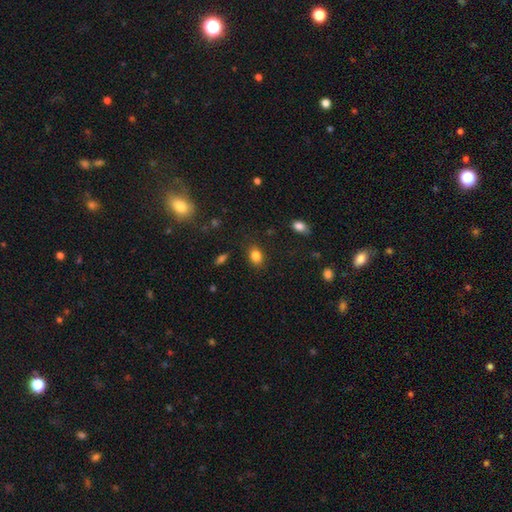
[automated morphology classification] A smooth galaxy with no disk features (84%) that is in between round and cigar-shaped (72%).

Vote fractions:
- Smooth or featured? smooth: 84% / star or artifact: 10% / featured or disk: 6%
- How rounded? in between: 72% / round: 26% / cigar-shaped: 1%
- Merging? none: 83% / minor disturbance: 12% / major disturbance: 3% / merger: 2%